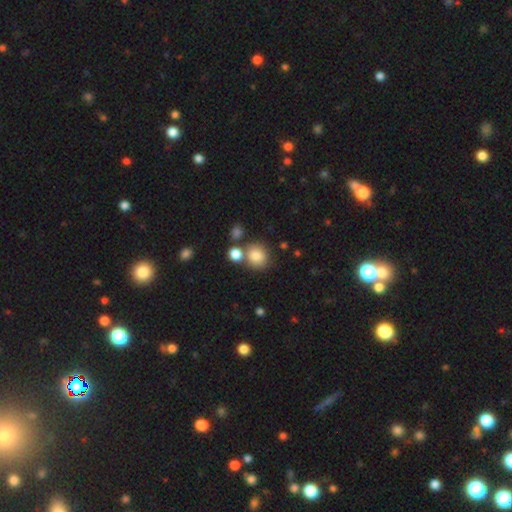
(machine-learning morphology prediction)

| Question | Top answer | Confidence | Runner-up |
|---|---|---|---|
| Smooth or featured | smooth | 81% | star or artifact (11%) |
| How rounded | round | 80% | in between (19%) |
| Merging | none | 63% | merger (21%) |